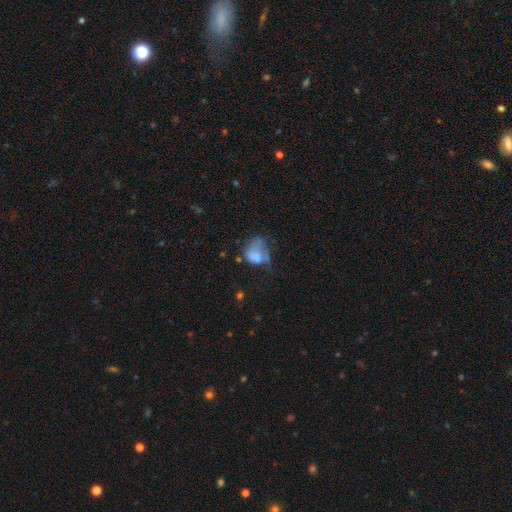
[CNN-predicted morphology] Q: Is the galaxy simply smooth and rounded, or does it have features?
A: smooth — 65%.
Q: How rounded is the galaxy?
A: in between — 63%.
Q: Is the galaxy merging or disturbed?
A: major disturbance — 44%.